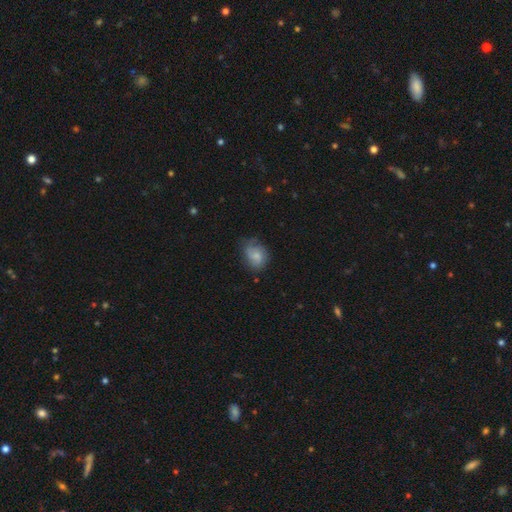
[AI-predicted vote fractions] smooth_or_featured: smooth (p=0.72) [alt: featured or disk p=0.19]
how_rounded: in between (p=0.56) [alt: round p=0.43]
merging: none (p=0.53) [alt: minor disturbance p=0.34]